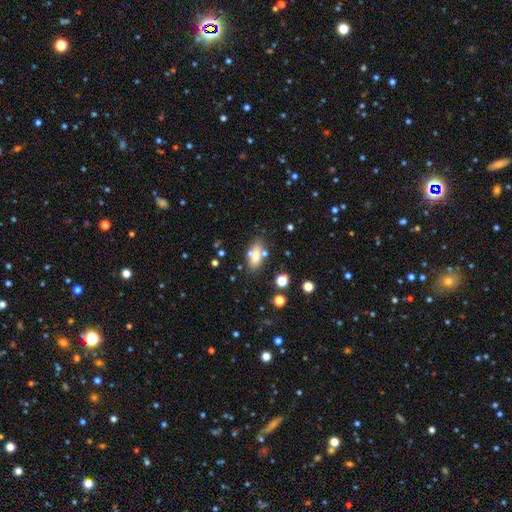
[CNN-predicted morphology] smooth 67%, featured or disk 21%, star or artifact 13%. Down the decision tree: how rounded — in between (77%); merging — none (65%).